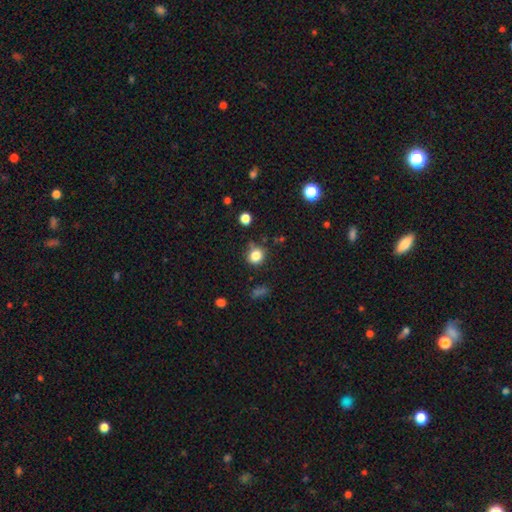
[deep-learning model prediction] A smooth galaxy with no disk features (83%) that is round (77%). Merging: none (71%).